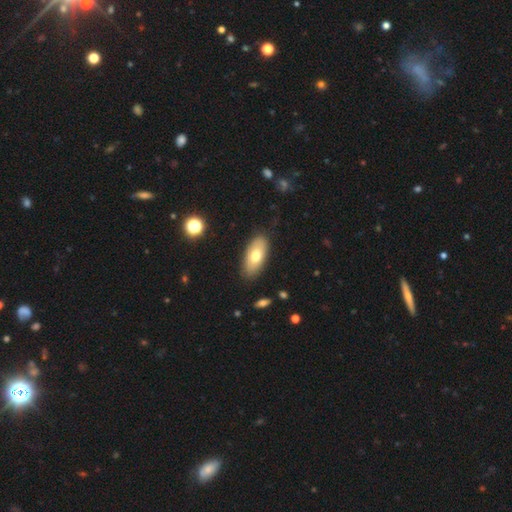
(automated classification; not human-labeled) Smooth or featured? smooth (67%)
How rounded? in between (90%)
Merging? none (85%)